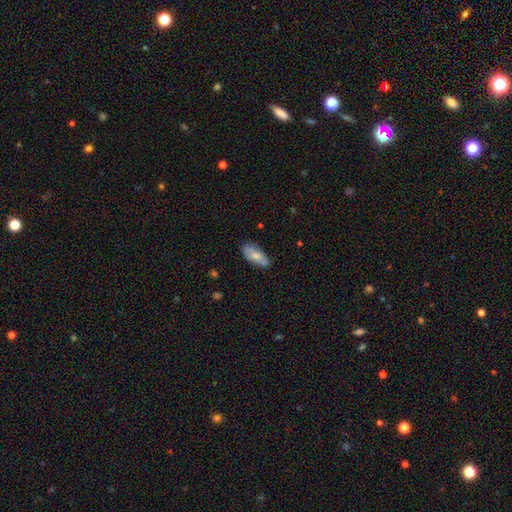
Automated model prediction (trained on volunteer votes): A smooth galaxy with no disk features (67%) that is in between round and cigar-shaped (86%).

Vote fractions:
- Smooth or featured? smooth: 67% / featured or disk: 27% / star or artifact: 6%
- How rounded? in between: 86% / cigar-shaped: 11% / round: 2%
- Merging? none: 76% / minor disturbance: 19% / major disturbance: 3% / merger: 1%